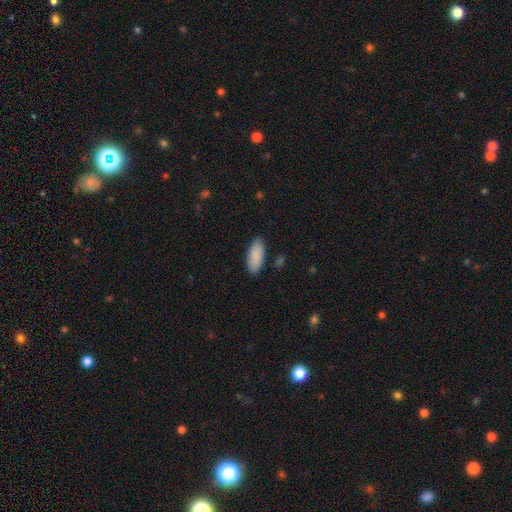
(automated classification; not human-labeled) Smooth or featured: smooth — 89% (star or artifact — 6%)
How rounded: in between — 85% (cigar-shaped — 13%)
Merging: none — 87% (minor disturbance — 10%)